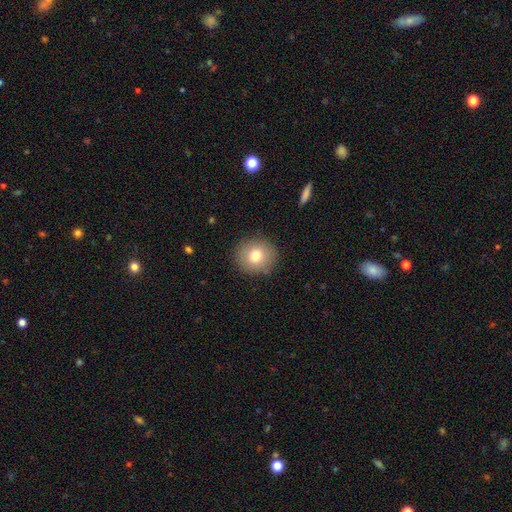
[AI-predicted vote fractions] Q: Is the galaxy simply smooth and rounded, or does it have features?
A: smooth — 77%.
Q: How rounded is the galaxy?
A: round — 88%.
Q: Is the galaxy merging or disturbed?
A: none — 88%.